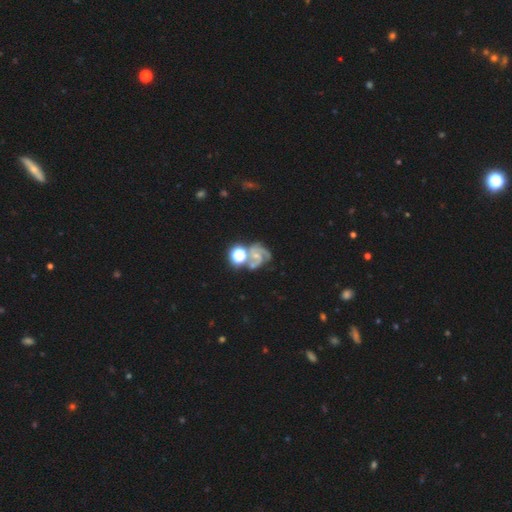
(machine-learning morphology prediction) Smooth or featured: featured or disk — 78% (star or artifact — 13%)
Edge-on disk: no — 98% (yes — 2%)
Bar: no — 58% (weak — 33%)
Spiral arms: yes — 97% (no — 3%)
Spiral winding: medium — 55% (tight — 29%)
Spiral arm count: 2 — 48% (3 — 32%)
Bulge size: small — 60% (moderate — 31%)
Merging: none — 45% (merger — 24%)